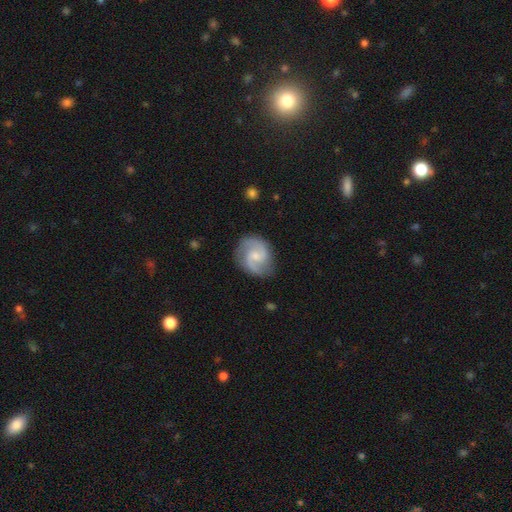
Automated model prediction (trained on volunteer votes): smooth_or_featured: featured or disk (p=0.83) [alt: smooth p=0.13]
disk_edge_on: no (p=0.98) [alt: yes p=0.02]
bar: weak (p=0.49) [alt: no p=0.44]
has_spiral_arms: yes (p=0.97) [alt: no p=0.03]
spiral_winding: medium (p=0.56) [alt: loose p=0.24]
spiral_arm_count: 2 (p=0.90) [alt: can't tell p=0.04]
bulge_size: small (p=0.55) [alt: moderate p=0.34]
merging: none (p=0.81) [alt: minor disturbance p=0.14]